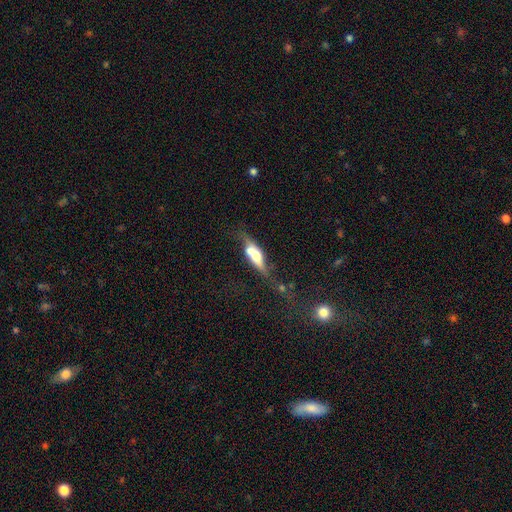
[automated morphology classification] A featured or disk galaxy (48%).

Vote fractions:
- Smooth or featured? featured or disk: 48% / smooth: 45% / star or artifact: 7%
- Merging? merger: 40% / none: 37% / minor disturbance: 15% / major disturbance: 9%